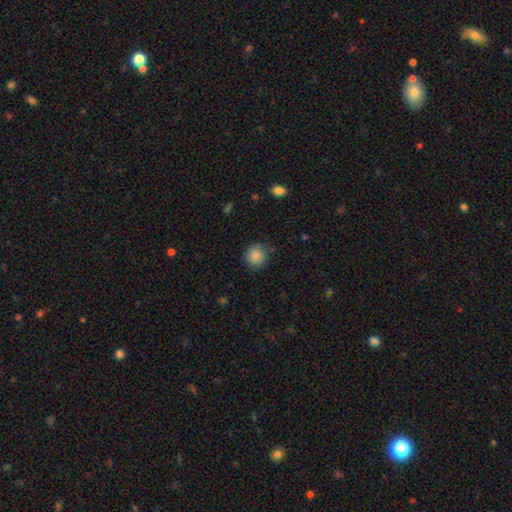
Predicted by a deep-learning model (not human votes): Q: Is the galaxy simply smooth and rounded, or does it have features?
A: smooth — 83%.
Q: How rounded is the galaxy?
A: round — 85%.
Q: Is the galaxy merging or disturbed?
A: none — 76%.